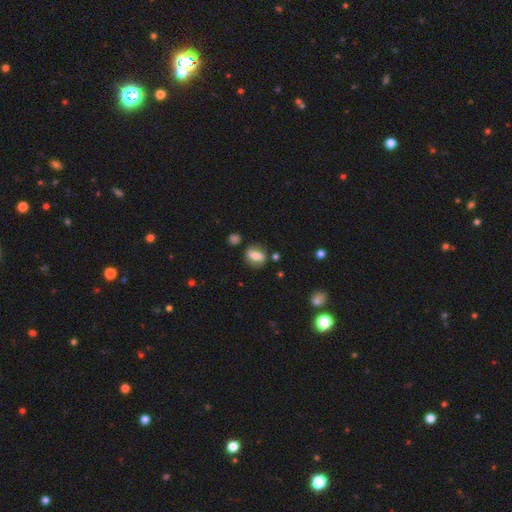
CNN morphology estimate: A smooth galaxy with no disk features (72%) that is in between round and cigar-shaped (72%).

Vote fractions:
- Smooth or featured? smooth: 72% / featured or disk: 19% / star or artifact: 9%
- How rounded? in between: 72% / round: 20% / cigar-shaped: 8%
- Merging? none: 71% / minor disturbance: 18% / major disturbance: 7% / merger: 4%